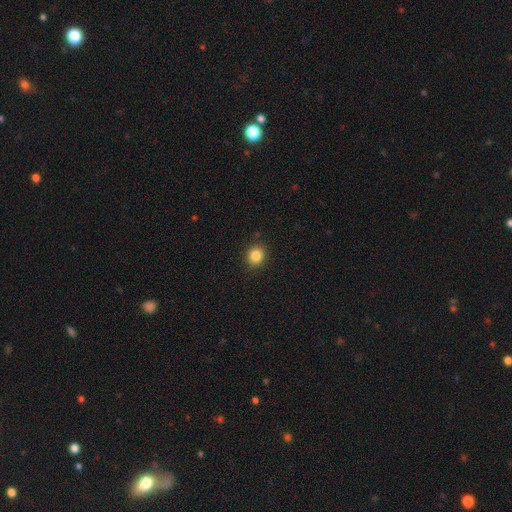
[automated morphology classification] Smooth or featured? smooth (84%)
How rounded? round (84%)
Merging? none (91%)